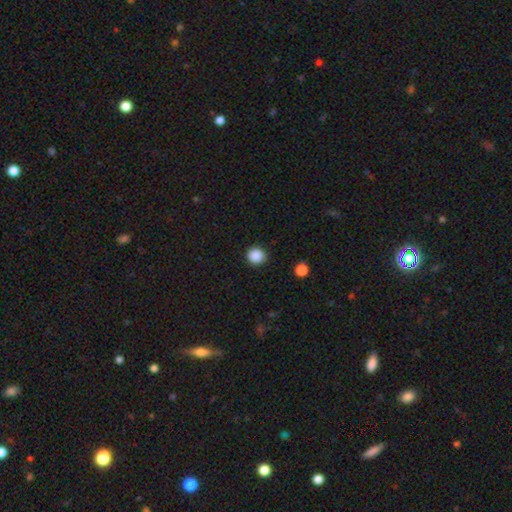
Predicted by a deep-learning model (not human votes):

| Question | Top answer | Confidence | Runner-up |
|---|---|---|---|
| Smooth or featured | smooth | 88% | star or artifact (10%) |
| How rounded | round | 91% | in between (8%) |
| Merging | none | 91% | minor disturbance (6%) |